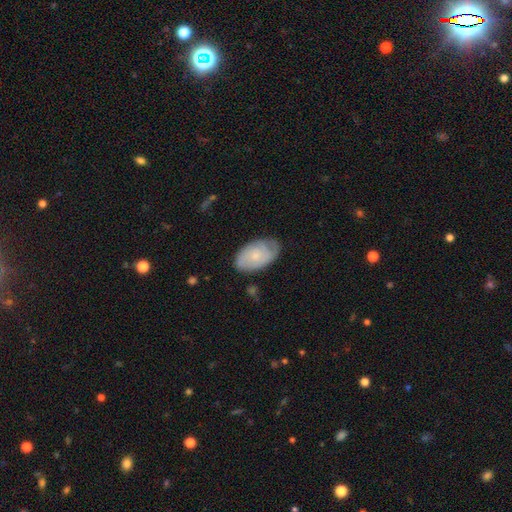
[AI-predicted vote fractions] Smooth or featured?
  - featured or disk: 48% *
  - smooth: 46%
  - star or artifact: 6%
Merging?
  - none: 65% *
  - minor disturbance: 27%
  - major disturbance: 7%
  - merger: 2%